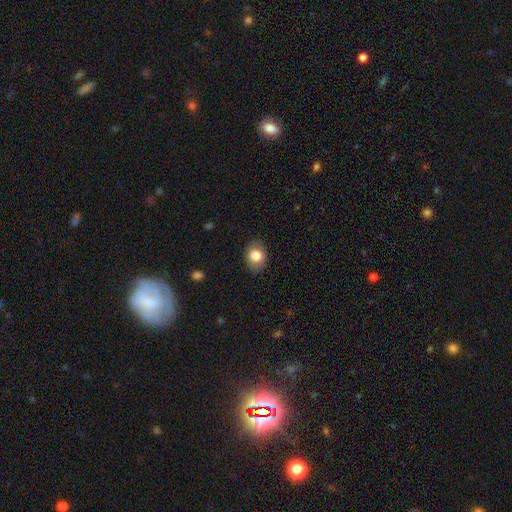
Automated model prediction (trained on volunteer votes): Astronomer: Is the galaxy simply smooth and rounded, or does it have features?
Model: smooth — 82%.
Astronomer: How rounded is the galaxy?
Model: in between — 52% (runner-up: round, 47%).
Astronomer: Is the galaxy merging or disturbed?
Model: none — 86%.